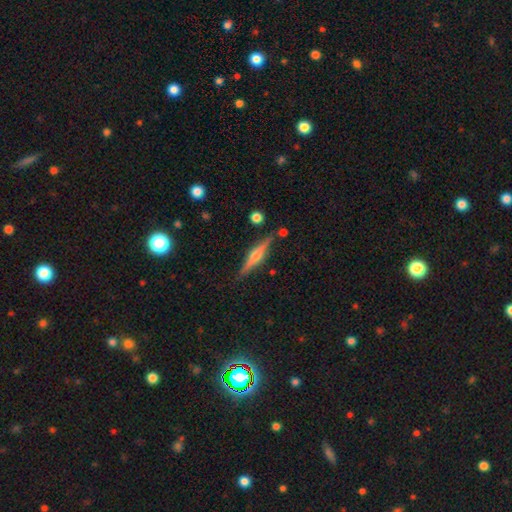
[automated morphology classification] Smooth or featured? Predicted: featured or disk (p=0.74). Edge-on disk? Predicted: yes (p=0.97). Edge-on bulge? Predicted: rounded (p=0.90). Merging? Predicted: none (p=0.86).